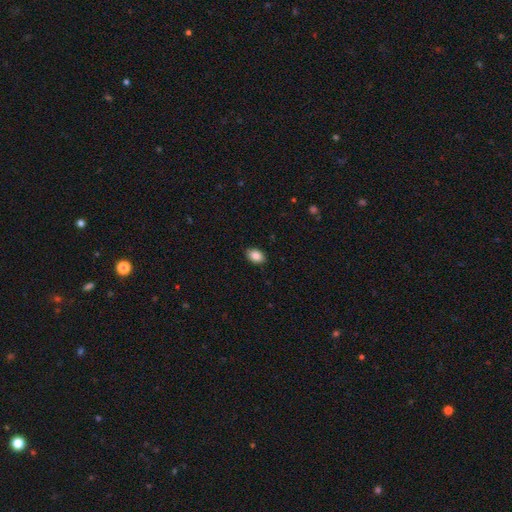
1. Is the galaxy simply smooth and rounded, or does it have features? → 90% smooth, 5% featured or disk, 5% star or artifact.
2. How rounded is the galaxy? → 81% in between, 19% round, 0% cigar-shaped.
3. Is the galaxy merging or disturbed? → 92% none, 5% minor disturbance, 3% major disturbance, 0% merger.